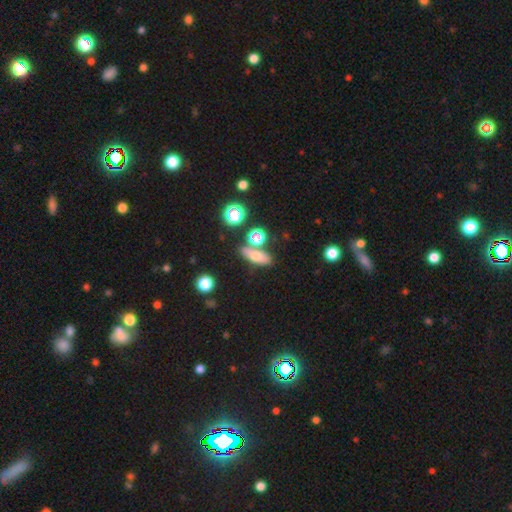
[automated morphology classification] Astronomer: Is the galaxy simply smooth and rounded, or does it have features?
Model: smooth — 62%.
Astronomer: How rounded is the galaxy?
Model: in between — 56% (runner-up: cigar-shaped, 32%).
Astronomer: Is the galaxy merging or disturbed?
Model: none — 68%.